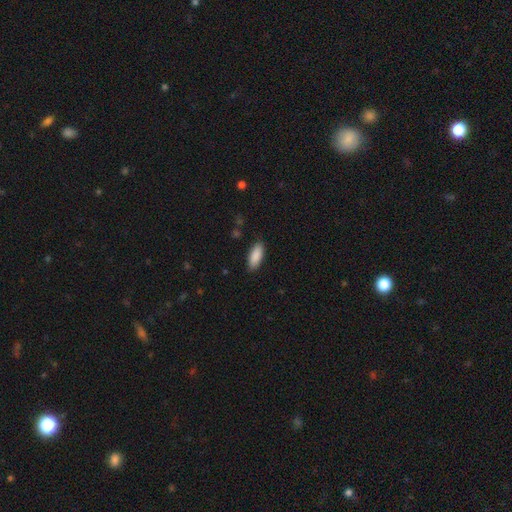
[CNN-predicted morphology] Smooth or featured? Predicted: smooth (p=0.90). How rounded? Predicted: in between (p=0.80). Merging? Predicted: none (p=0.88).